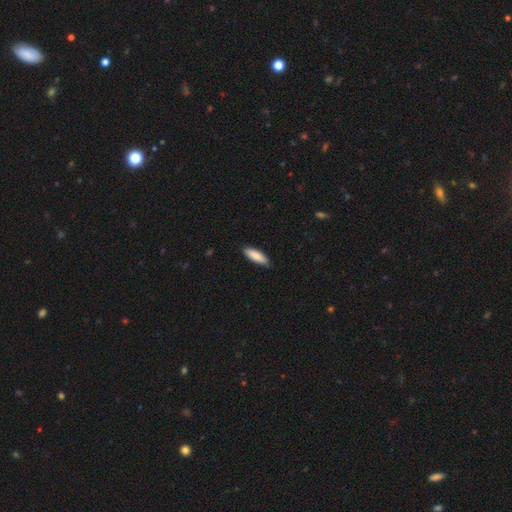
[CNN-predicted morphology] This appears to be a smooth galaxy with no disk features (88%) that is in between round and cigar-shaped (53%). Merging: none (86%).